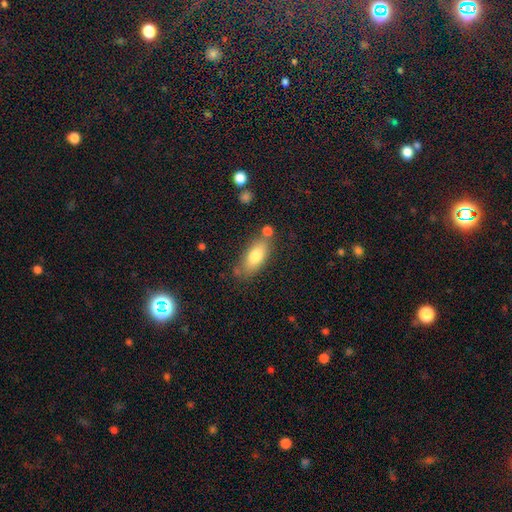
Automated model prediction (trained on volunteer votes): The model was most divided on "merging": none: 67%, minor disturbance: 17%, merger: 11%, major disturbance: 5%. More confident: how rounded — in between (82%); smooth or featured — smooth (76%).